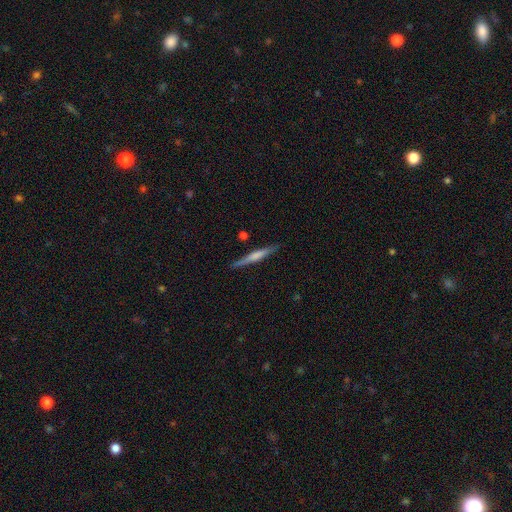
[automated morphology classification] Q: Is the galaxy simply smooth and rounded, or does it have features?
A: smooth — 49%.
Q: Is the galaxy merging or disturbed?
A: none — 86%.